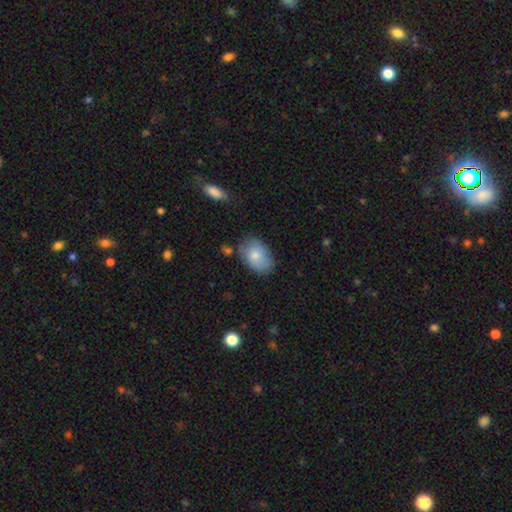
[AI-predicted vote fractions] Smooth or featured?
  - smooth: 77% *
  - featured or disk: 17%
  - star or artifact: 6%
How rounded?
  - in between: 87% *
  - round: 12%
  - cigar-shaped: 1%
Merging?
  - none: 69% *
  - minor disturbance: 22%
  - major disturbance: 5%
  - merger: 4%